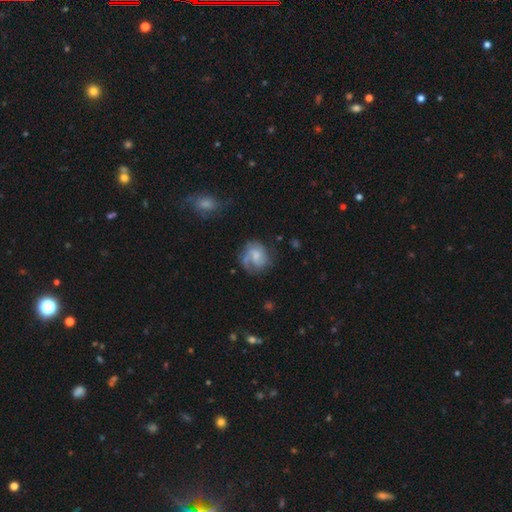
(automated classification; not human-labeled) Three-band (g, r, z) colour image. It shows a featured or disk galaxy (70%) with no bar (50%), 2 (43%) medium (45%) spiral arms (91%) and a small central bulge (44%). Merging: none (61%).